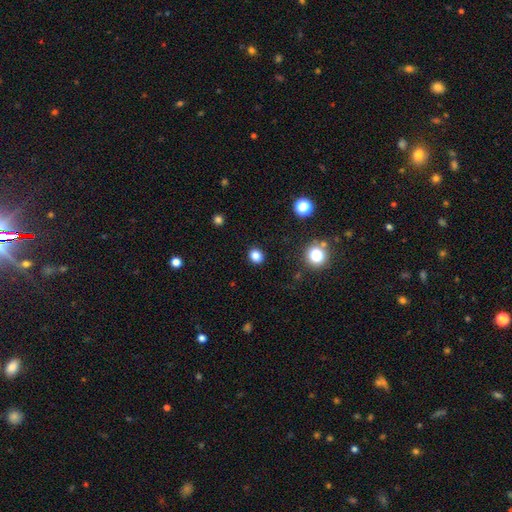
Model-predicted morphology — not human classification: type=smooth (84%); roundness=round (69%); merging=none (90%).